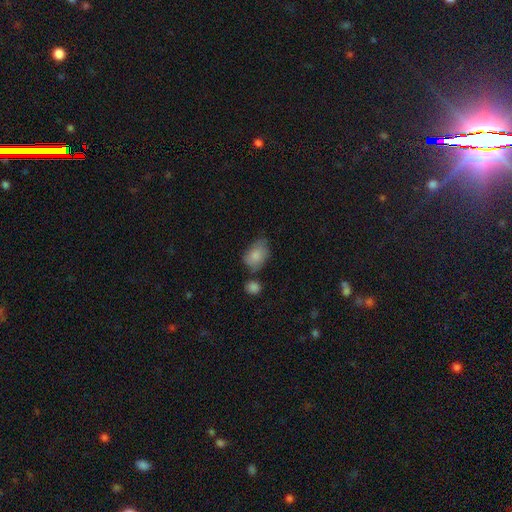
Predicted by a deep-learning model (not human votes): A smooth galaxy with no disk features (83%) that is in between round and cigar-shaped (80%).

Vote fractions:
- Smooth or featured? smooth: 83% / featured or disk: 9% / star or artifact: 7%
- How rounded? in between: 80% / round: 19% / cigar-shaped: 1%
- Merging? none: 47% / minor disturbance: 31% / merger: 12% / major disturbance: 10%